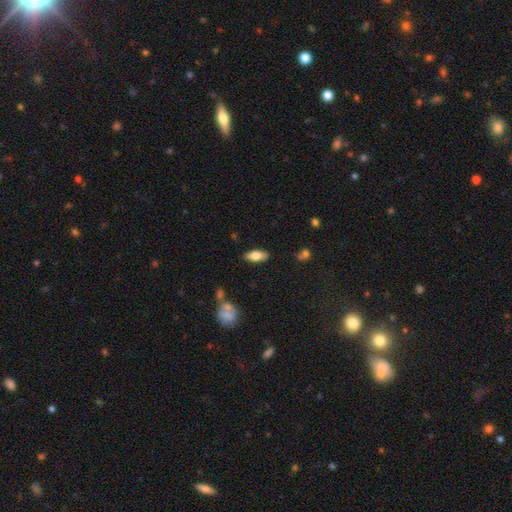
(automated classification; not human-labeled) Smooth or featured? smooth (66%)
How rounded? in between (76%)
Merging? none (86%)